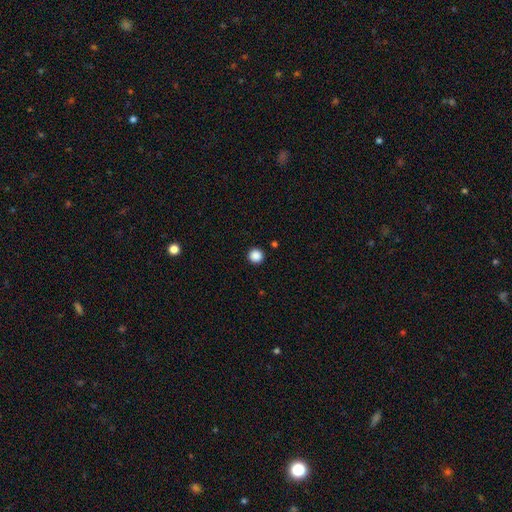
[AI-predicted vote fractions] A smooth galaxy with no disk features (88%) that is round (96%).

Vote fractions:
- Smooth or featured? smooth: 88% / star or artifact: 10% / featured or disk: 2%
- How rounded? round: 96% / in between: 3% / cigar-shaped: 1%
- Merging? none: 93% / minor disturbance: 4% / major disturbance: 2% / merger: 1%